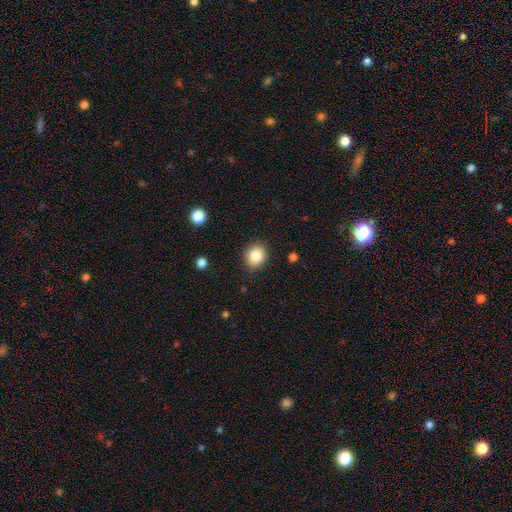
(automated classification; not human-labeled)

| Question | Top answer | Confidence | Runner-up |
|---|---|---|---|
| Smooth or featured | smooth | 85% | star or artifact (9%) |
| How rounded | round | 54% | in between (45%) |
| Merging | none | 88% | minor disturbance (8%) |